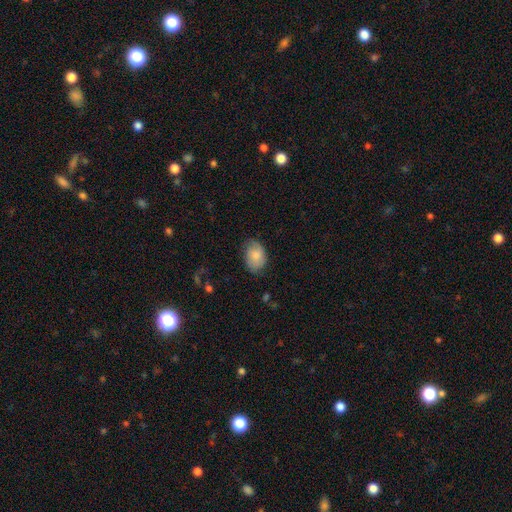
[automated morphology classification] Q: Smooth or featured?
A: smooth (78%); runner-up: featured or disk (15%)
Q: How rounded?
A: in between (81%); runner-up: round (17%)
Q: Merging?
A: none (69%); runner-up: minor disturbance (24%)